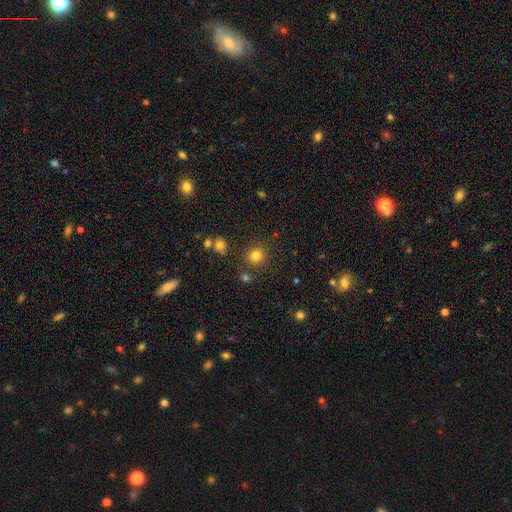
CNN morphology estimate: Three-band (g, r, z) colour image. It shows a smooth galaxy with no disk features (80%) that is round (85%). Merging: none (82%).